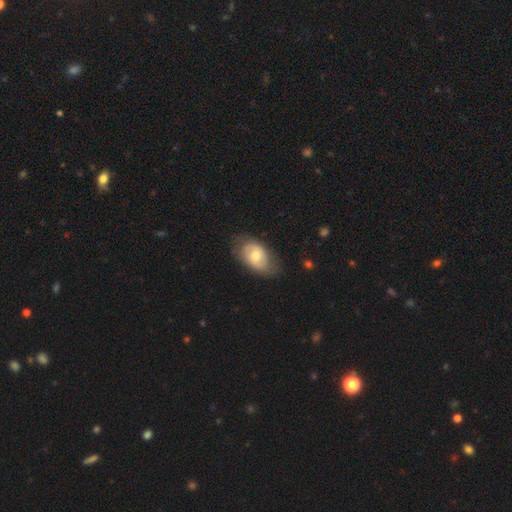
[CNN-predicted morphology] This is possibly a featured or disk galaxy (48%). Merging: likely none (69%).